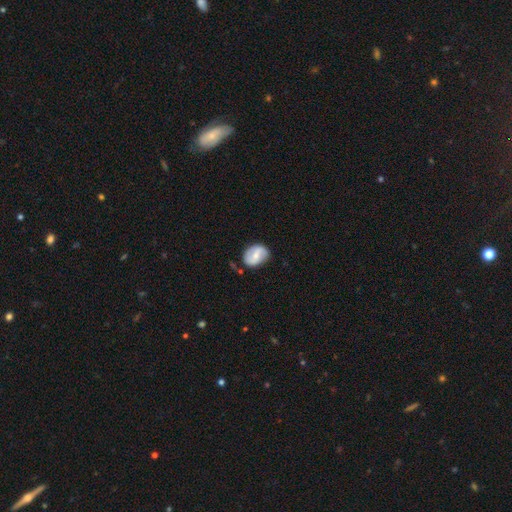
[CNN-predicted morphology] smooth_or_featured: featured or disk (p=0.49) [alt: smooth p=0.44]
merging: none (p=0.71) [alt: minor disturbance p=0.21]